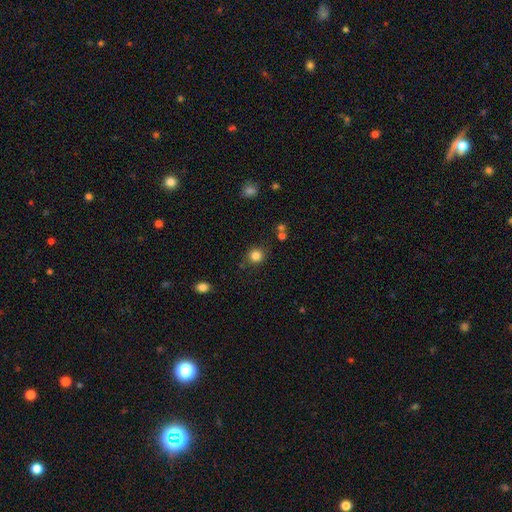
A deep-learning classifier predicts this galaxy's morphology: Smooth or featured? smooth (83%)
How rounded? round (87%)
Merging? none (83%)